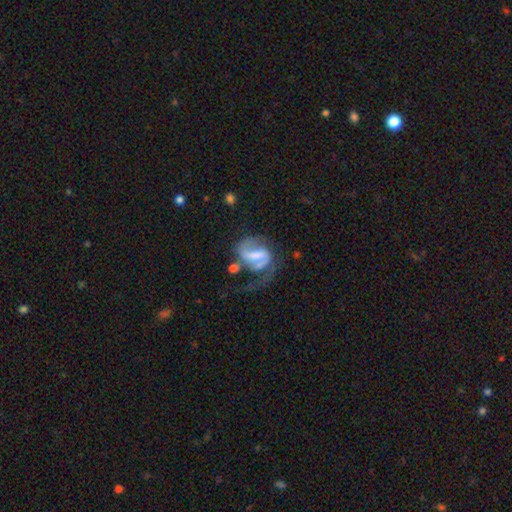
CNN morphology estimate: Smooth or featured?
  - featured or disk: 78% *
  - smooth: 16%
  - star or artifact: 7%
Edge-on disk?
  - no: 97% *
  - yes: 3%
Bar?
  - strong: 50% *
  - weak: 38%
  - no: 12%
Spiral arms?
  - yes: 88% *
  - no: 12%
Spiral winding?
  - medium: 45% *
  - loose: 37%
  - tight: 18%
Spiral arm count?
  - 2: 72% *
  - 1: 17%
  - can't tell: 6%
  - 3: 2%
  - 4: 1%
  - more than 4: 1%
Bulge size?
  - none: 30% *
  - moderate: 28%
  - small: 28%
  - large: 12%
  - dominant: 2%
Merging?
  - major disturbance: 41% *
  - none: 31%
  - minor disturbance: 17%
  - merger: 11%